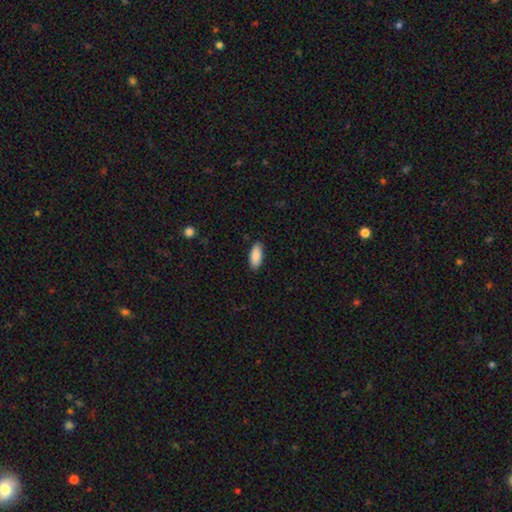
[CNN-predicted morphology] smooth_or_featured: smooth (p=0.89) [alt: star or artifact p=0.06]
how_rounded: in between (p=0.86) [alt: cigar-shaped p=0.13]
merging: none (p=0.87) [alt: minor disturbance p=0.10]